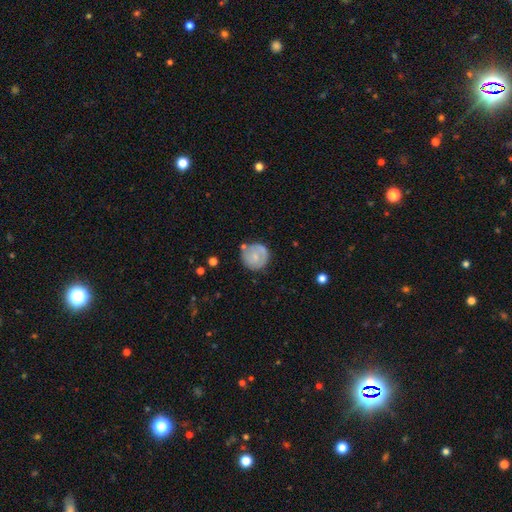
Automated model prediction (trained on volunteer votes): This appears to be a smooth galaxy with no disk features (62%) that is round (92%). Merging: none (69%).